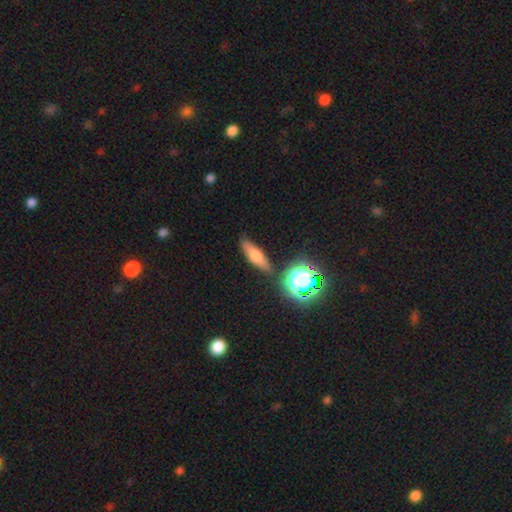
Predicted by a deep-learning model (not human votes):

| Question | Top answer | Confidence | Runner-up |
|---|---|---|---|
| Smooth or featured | smooth | 56% | featured or disk (32%) |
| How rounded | cigar-shaped | 54% | in between (38%) |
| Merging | none | 80% | minor disturbance (11%) |